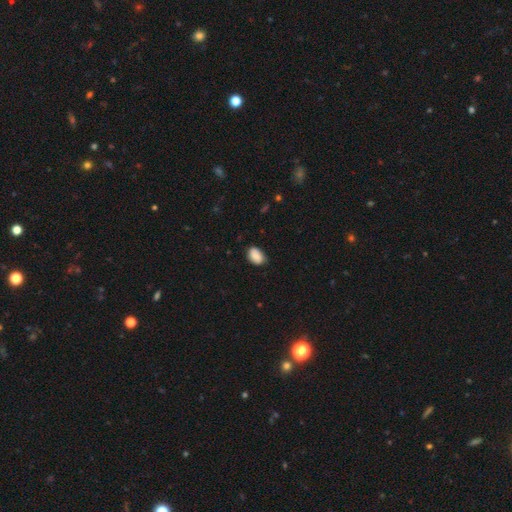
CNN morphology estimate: Overall: smooth (84%). How rounded: in between (82%). Merging: none (73%).